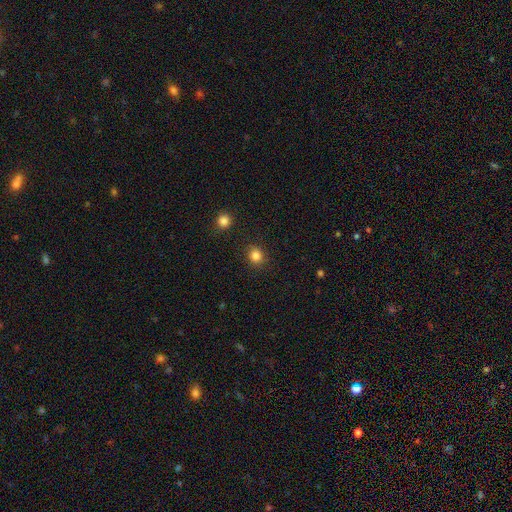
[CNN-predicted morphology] A smooth galaxy with no disk features (84%) that is round (82%).

Vote fractions:
- Smooth or featured? smooth: 84% / star or artifact: 12% / featured or disk: 4%
- How rounded? round: 82% / in between: 18% / cigar-shaped: 1%
- Merging? none: 89% / minor disturbance: 7% / major disturbance: 2% / merger: 2%